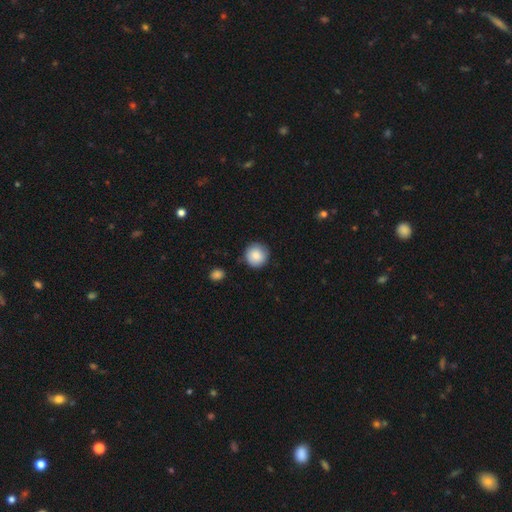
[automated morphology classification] smooth_or_featured: smooth (p=0.86) [alt: star or artifact p=0.07]
how_rounded: round (p=0.94) [alt: in between p=0.05]
merging: none (p=0.86) [alt: minor disturbance p=0.10]